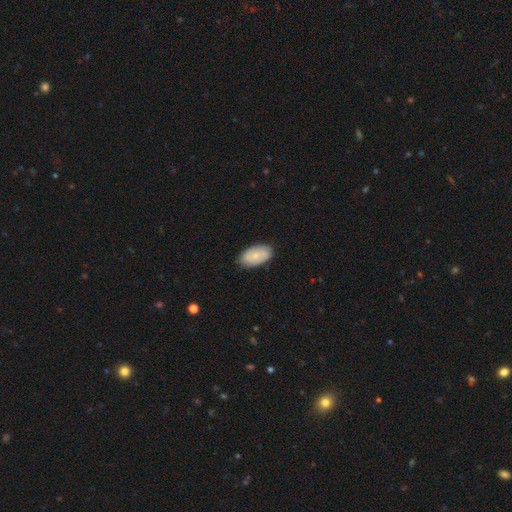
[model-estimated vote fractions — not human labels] Q: Smooth or featured?
A: smooth (62%); runner-up: featured or disk (31%)
Q: How rounded?
A: in between (94%); runner-up: round (5%)
Q: Merging?
A: none (81%); runner-up: minor disturbance (15%)